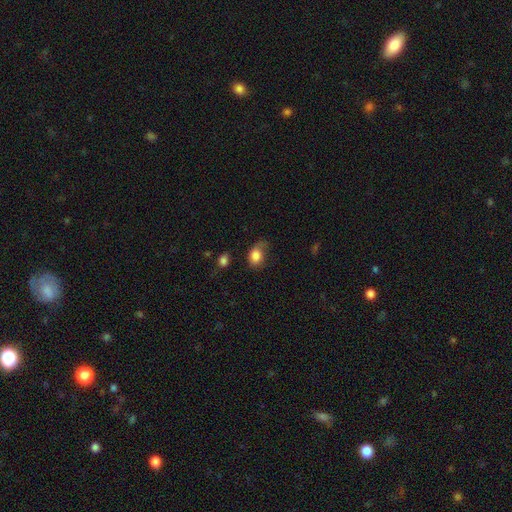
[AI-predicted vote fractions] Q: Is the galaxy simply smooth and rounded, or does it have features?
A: smooth — 83%.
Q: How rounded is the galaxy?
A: in between — 66%.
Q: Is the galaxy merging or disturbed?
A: none — 41%.